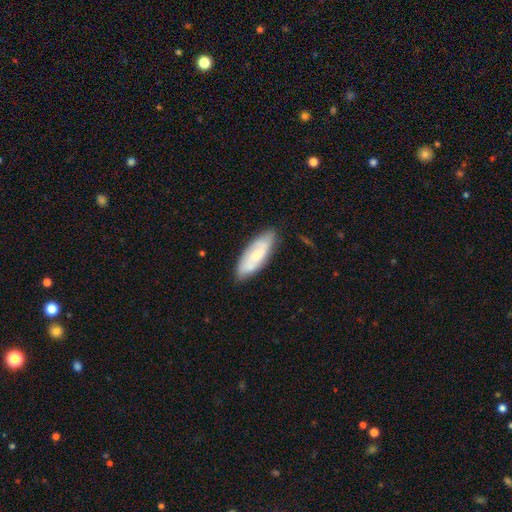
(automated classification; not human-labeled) Morphology: type=smooth (56%); roundness=in between (67%); merging=none (78%).